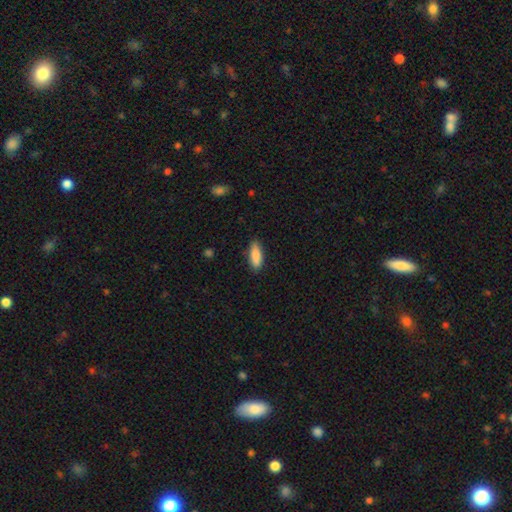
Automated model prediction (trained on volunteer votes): This is clearly a smooth galaxy (87%). How rounded: likely in between (66%). Merging: clearly none (84%).